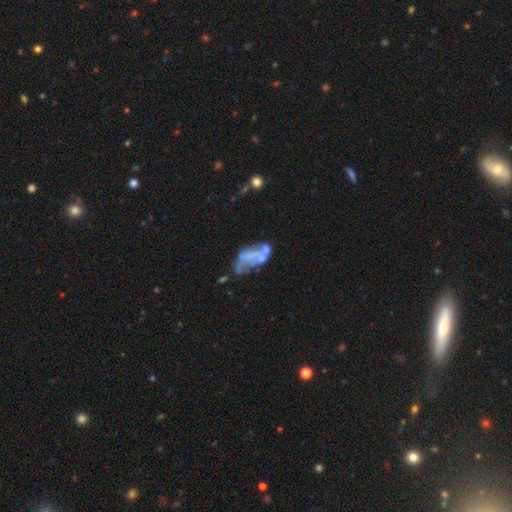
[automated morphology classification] A featured or disk galaxy (65%) with no bar (79%), no spiral arms (75%) and no central bulge (68%). Merging: major disturbance (29%).